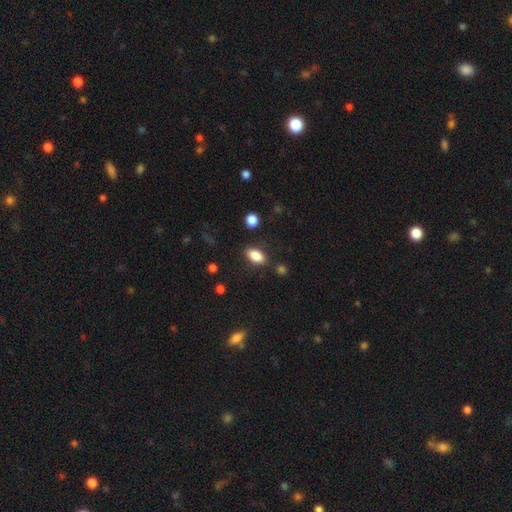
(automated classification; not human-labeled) Morphology: type=smooth (86%); roundness=in between (89%); merging=none (83%).